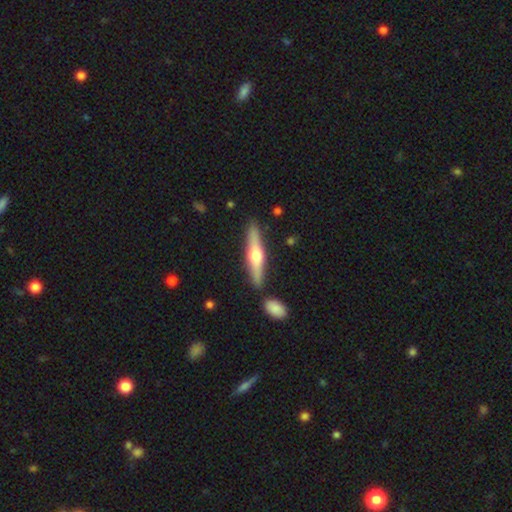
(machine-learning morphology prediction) Smooth or featured: featured or disk — 57% (smooth — 37%)
Edge-on disk: yes — 94% (no — 6%)
Edge-on bulge: rounded — 92% (none — 4%)
Merging: none — 84% (minor disturbance — 9%)